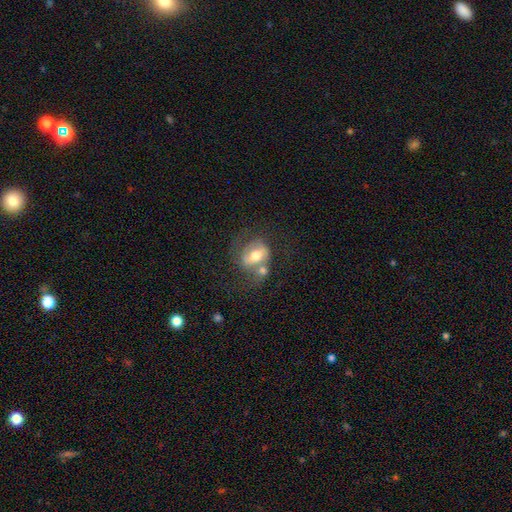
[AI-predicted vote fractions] A featured or disk galaxy (53%) with a weak bar (36%), spiral arms (59%) and a moderate central bulge (69%). Merging: merger (36%).